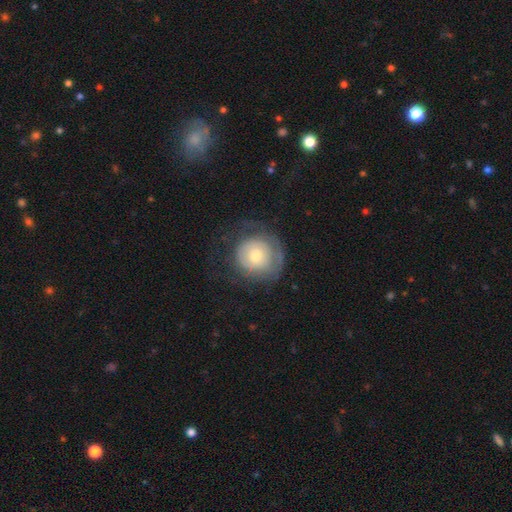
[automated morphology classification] Smooth or featured: smooth — 48% (featured or disk — 44%)
Merging: none — 58% (minor disturbance — 21%)